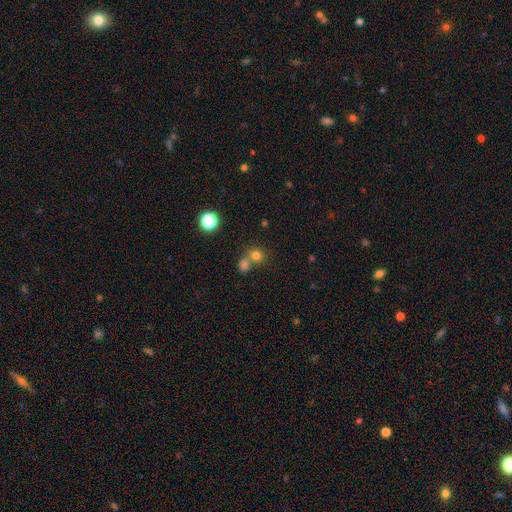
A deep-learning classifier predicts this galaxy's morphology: Smooth or featured? smooth (75%)
How rounded? round (75%)
Merging? merger (45%, tied with none)